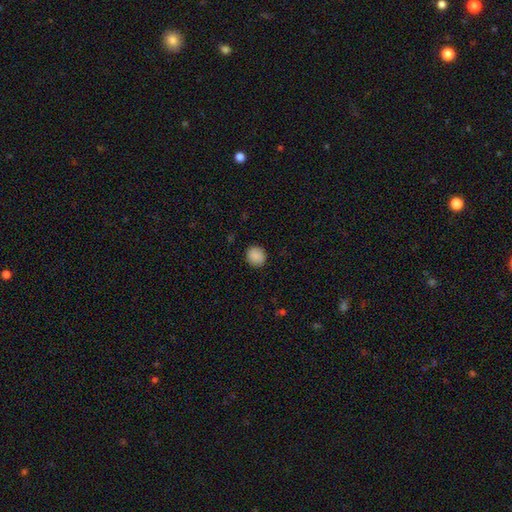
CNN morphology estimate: smooth-or-featured: smooth: 89% | star or artifact: 8% | featured or disk: 3%
  how-rounded: round: 84% | in between: 15% | cigar-shaped: 1%
  merging: none: 90% | minor disturbance: 7% | major disturbance: 2% | merger: 1%